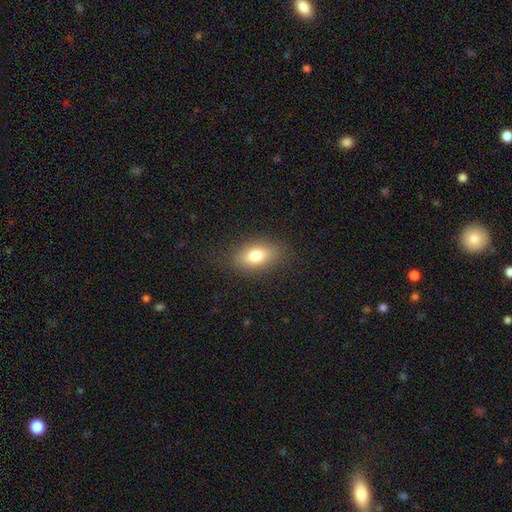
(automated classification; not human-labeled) Smooth or featured? Predicted: smooth (p=0.78). How rounded? Predicted: in between (p=0.86). Merging? Predicted: none (p=0.84).